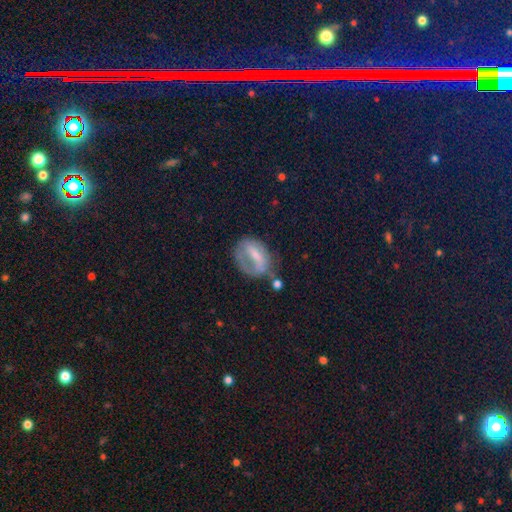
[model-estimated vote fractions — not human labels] Q: Smooth or featured?
A: featured or disk (45%); runner-up: smooth (44%)
Q: Merging?
A: none (34%); runner-up: major disturbance (33%)